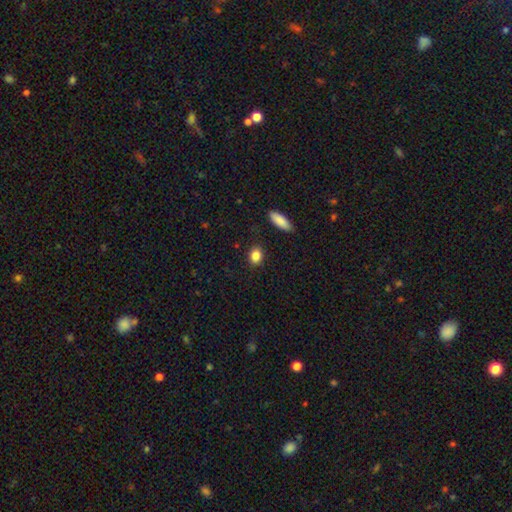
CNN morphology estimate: type=smooth (85%); roundness=in between (58%); merging=none (88%).